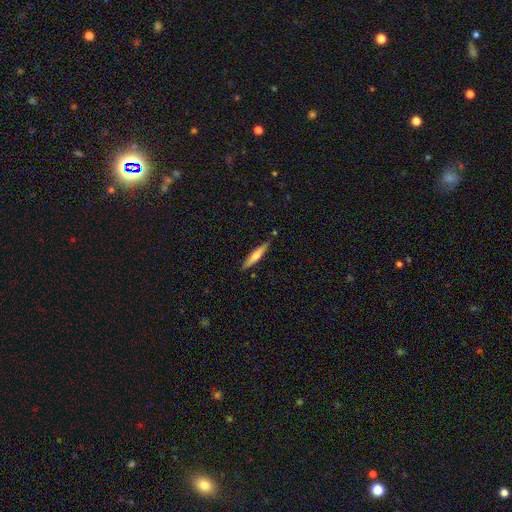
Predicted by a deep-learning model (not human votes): A smooth galaxy with no disk features (58%) that is cigar-shaped (90%). Merging: none (85%).